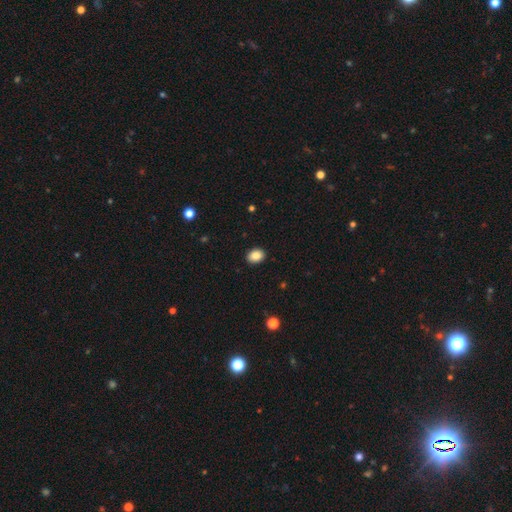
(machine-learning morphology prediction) A smooth galaxy with no disk features (88%) that is in between round and cigar-shaped (68%). Merging: none (91%).